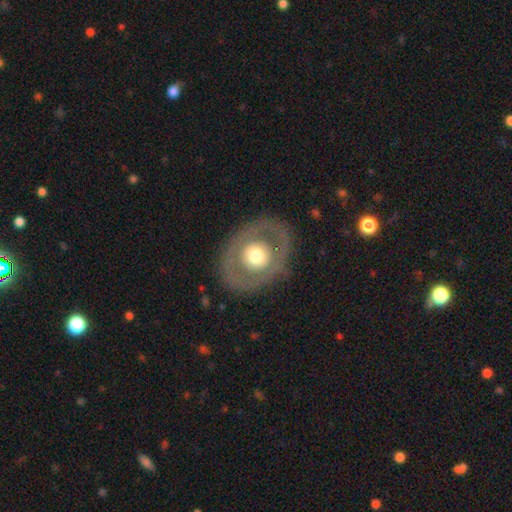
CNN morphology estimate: Smooth or featured? Predicted: featured or disk (p=0.51). Edge-on disk? Predicted: no (p=0.93). Merging? Predicted: none (p=0.80).